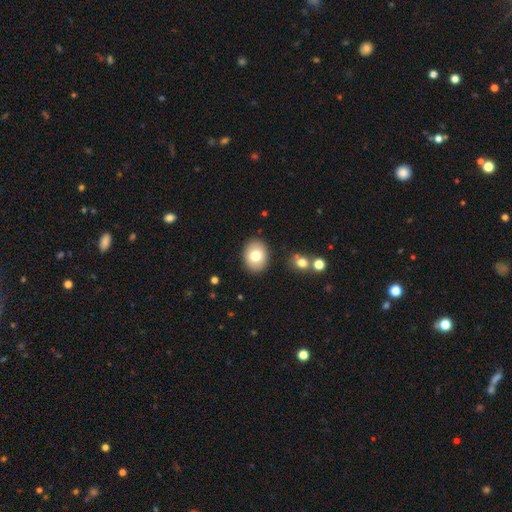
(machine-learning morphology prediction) type=smooth (77%); roundness=in between (63%); merging=none (88%).